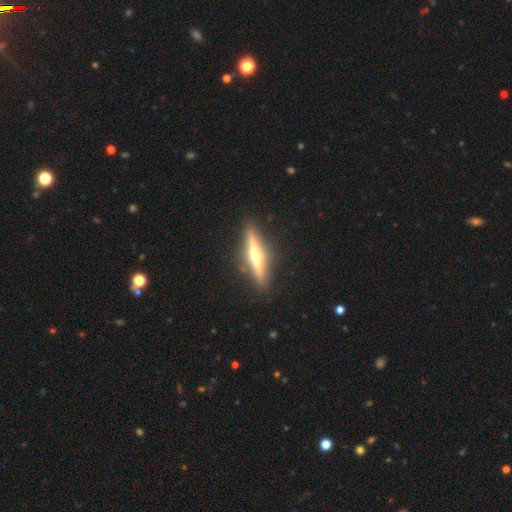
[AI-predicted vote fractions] Smooth or featured? Predicted: featured or disk (p=0.71). Edge-on disk? Predicted: yes (p=0.96). Edge-on bulge? Predicted: rounded (p=0.82). Merging? Predicted: none (p=0.89).